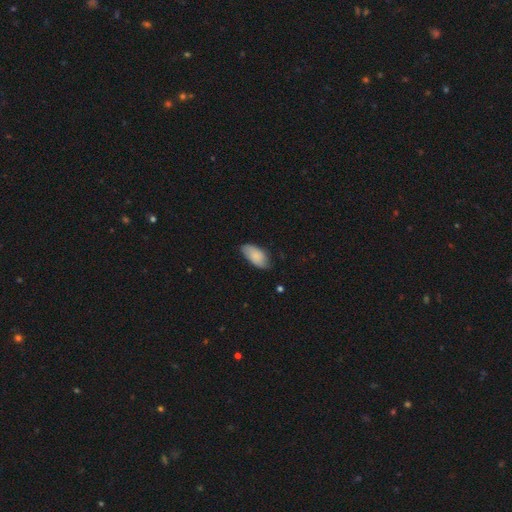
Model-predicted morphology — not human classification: The model was most divided on "merging": none: 73%, minor disturbance: 23%, major disturbance: 3%, merger: 1%. More confident: how rounded — in between (94%); smooth or featured — smooth (84%).